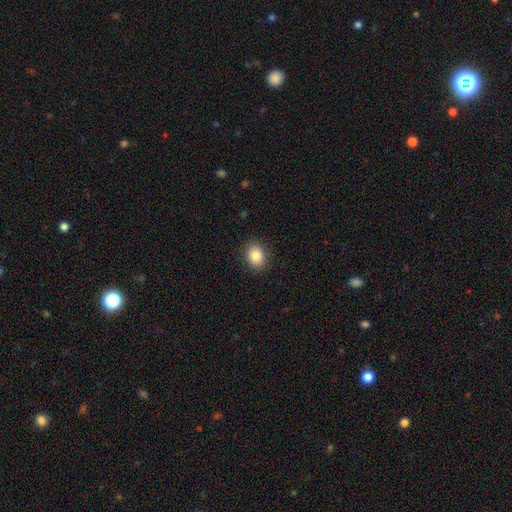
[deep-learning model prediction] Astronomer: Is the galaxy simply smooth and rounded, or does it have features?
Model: smooth — 84%.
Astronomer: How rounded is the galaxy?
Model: in between — 56% (runner-up: round, 43%).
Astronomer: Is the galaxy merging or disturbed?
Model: none — 89%.